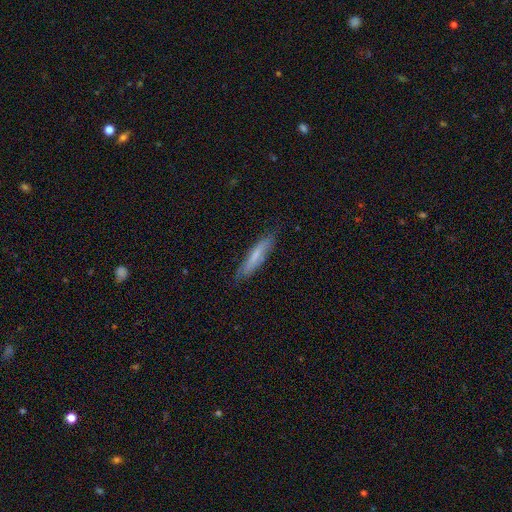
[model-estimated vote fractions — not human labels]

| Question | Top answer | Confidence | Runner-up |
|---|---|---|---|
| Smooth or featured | smooth | 60% | featured or disk (34%) |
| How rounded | cigar-shaped | 85% | in between (14%) |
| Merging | none | 81% | minor disturbance (14%) |